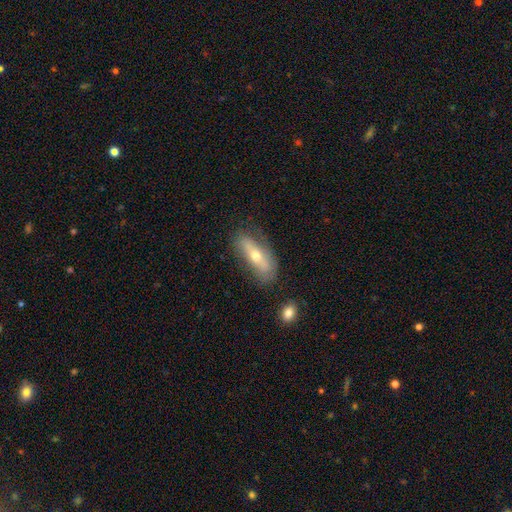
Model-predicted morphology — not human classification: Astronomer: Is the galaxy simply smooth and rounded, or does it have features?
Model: featured or disk — 52% (runner-up: smooth, 41%).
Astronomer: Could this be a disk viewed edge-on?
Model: no — 61% (runner-up: yes, 39%).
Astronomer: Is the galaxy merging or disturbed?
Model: none — 68%.